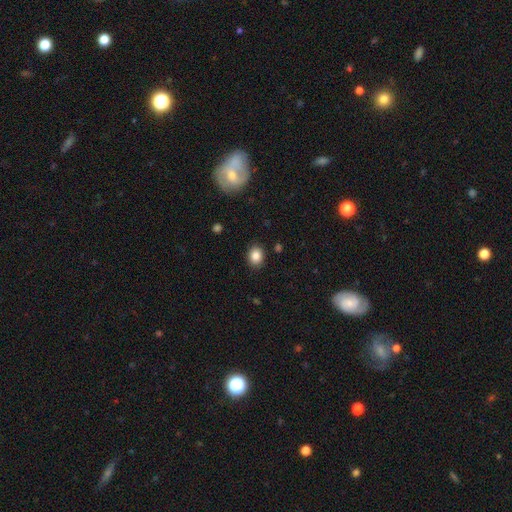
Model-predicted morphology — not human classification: A smooth galaxy with no disk features (85%) that is round (53%). Merging: none (88%).